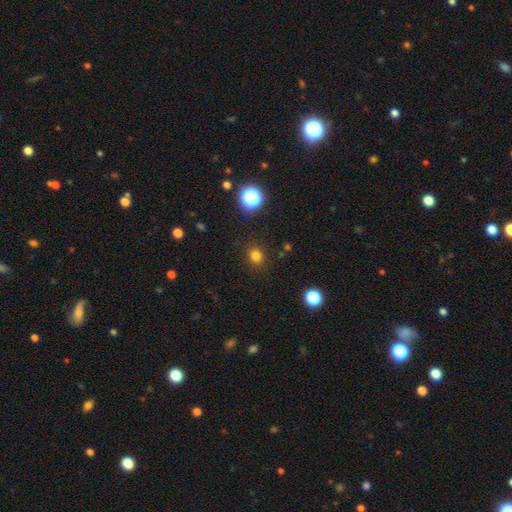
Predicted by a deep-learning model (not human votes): A smooth galaxy with no disk features (79%) that is round (83%).

Vote fractions:
- Smooth or featured? smooth: 79% / star or artifact: 17% / featured or disk: 4%
- How rounded? round: 83% / in between: 16% / cigar-shaped: 1%
- Merging? none: 89% / minor disturbance: 7% / major disturbance: 3% / merger: 1%